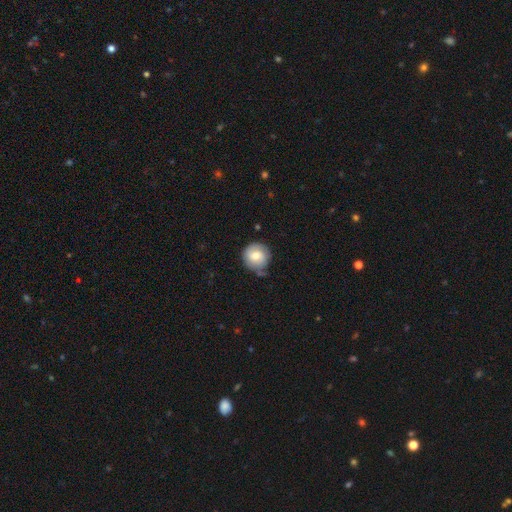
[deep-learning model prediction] This appears to be a smooth galaxy with no disk features (68%) that is round (92%). Merging: none (69%).